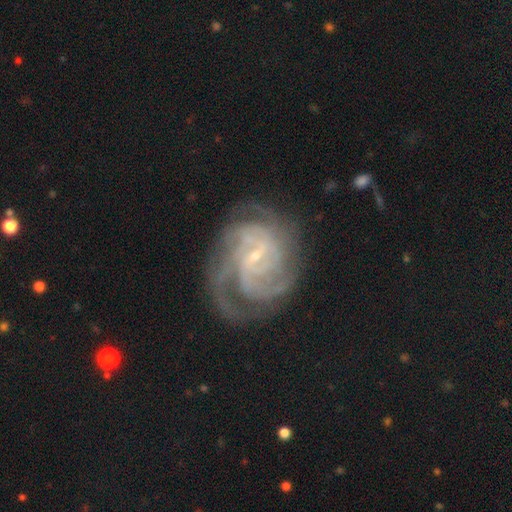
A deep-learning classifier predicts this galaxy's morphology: Overall: featured or disk (89%). Edge-on disk: no (98%). Bar: weak (48%; no 32%). Spiral arms: yes (98%). Spiral arm count: 4 (26%; 3 25%). Spiral winding: tight (63%; medium 32%). Bulge size: small (83%). Merging: none (71%).